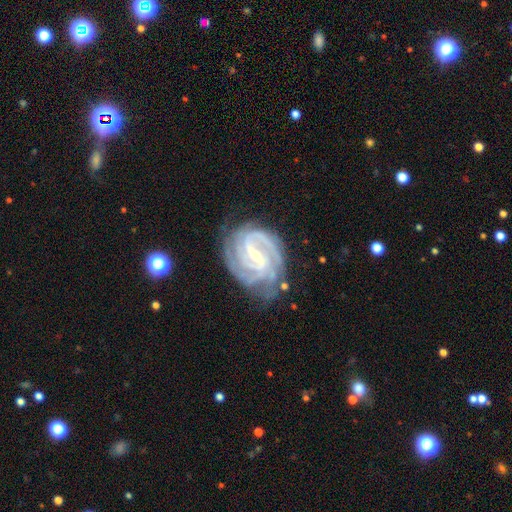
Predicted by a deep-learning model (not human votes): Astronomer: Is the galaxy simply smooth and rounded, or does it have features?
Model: featured or disk — 92%.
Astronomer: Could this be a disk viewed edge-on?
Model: no — 98%.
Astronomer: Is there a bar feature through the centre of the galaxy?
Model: strong — 54% (runner-up: weak, 37%).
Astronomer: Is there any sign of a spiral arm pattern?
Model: yes — 99%.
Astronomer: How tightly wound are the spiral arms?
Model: tight — 68%.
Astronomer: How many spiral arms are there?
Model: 3 — 32% (runner-up: 4, 23%).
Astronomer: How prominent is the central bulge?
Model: small — 62%.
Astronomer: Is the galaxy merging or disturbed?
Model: none — 73%.